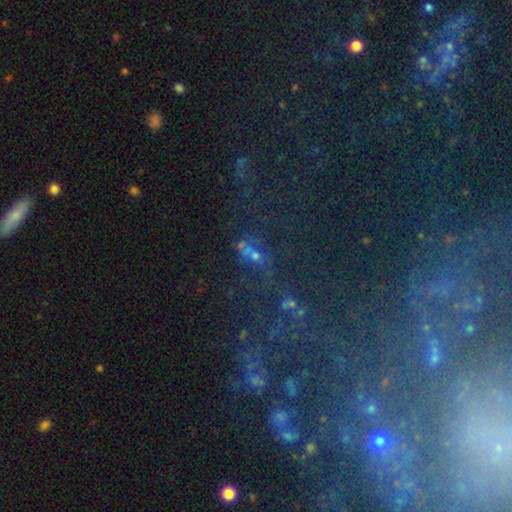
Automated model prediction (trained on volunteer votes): Smooth or featured? Predicted: star or artifact (p=0.44).